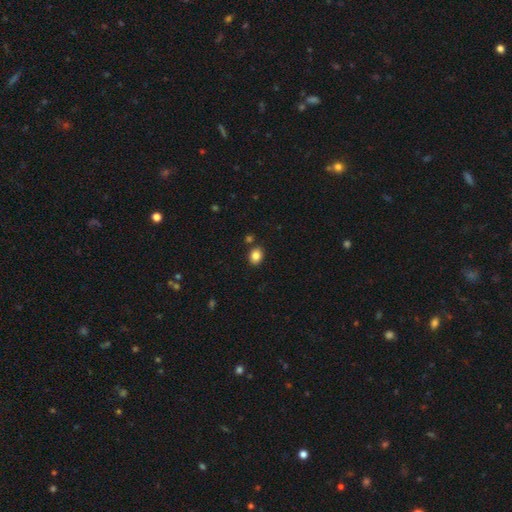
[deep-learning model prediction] Smooth or featured: smooth — 85% (star or artifact — 10%)
How rounded: in between — 51% (round — 48%)
Merging: none — 83% (minor disturbance — 9%)